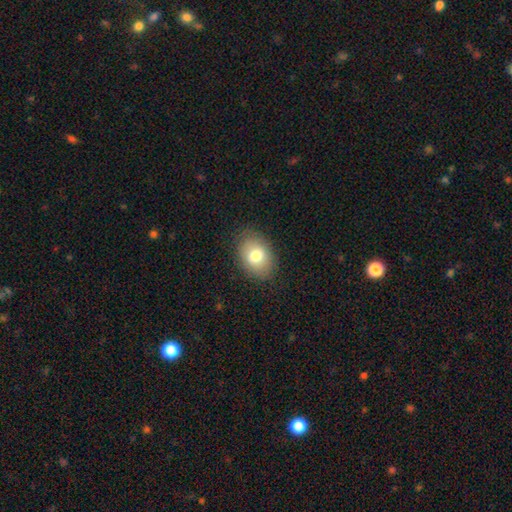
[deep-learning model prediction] Smooth or featured: smooth — 77% (featured or disk — 14%)
How rounded: in between — 73% (round — 26%)
Merging: none — 84% (minor disturbance — 11%)